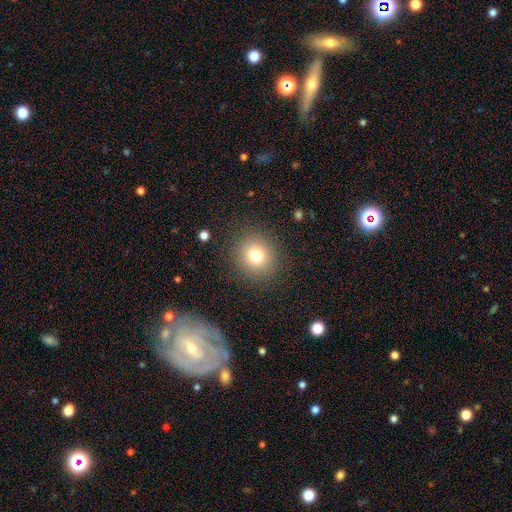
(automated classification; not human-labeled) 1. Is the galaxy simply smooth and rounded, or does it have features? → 77% smooth, 13% star or artifact, 10% featured or disk.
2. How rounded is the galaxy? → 90% round, 9% in between, 1% cigar-shaped.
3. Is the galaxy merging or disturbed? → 89% none, 7% minor disturbance, 3% major disturbance, 1% merger.